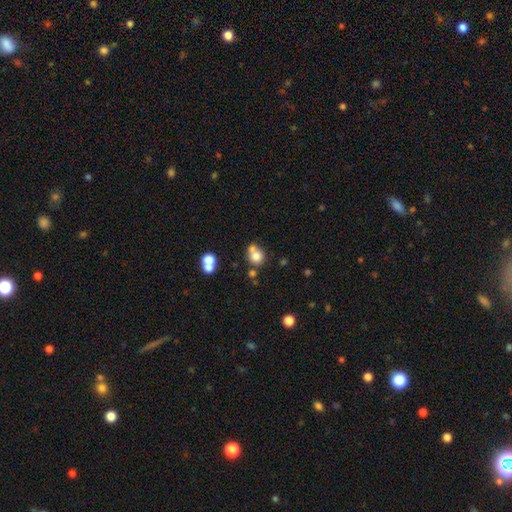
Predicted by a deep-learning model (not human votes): The model was most divided on "merging": none: 49%, merger: 36%, minor disturbance: 10%, major disturbance: 5%. More confident: how rounded — round (84%); smooth or featured — smooth (75%).